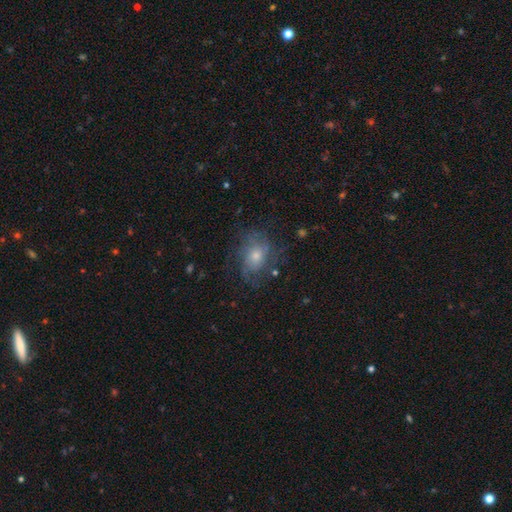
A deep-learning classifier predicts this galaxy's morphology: Smooth or featured? Predicted: featured or disk (p=0.56). Edge-on disk? Predicted: no (p=0.96). Bar? Predicted: no (p=0.77). Spiral arms? Predicted: yes (p=0.81). Bulge size? Predicted: moderate (p=0.53). Merging? Predicted: none (p=0.66).